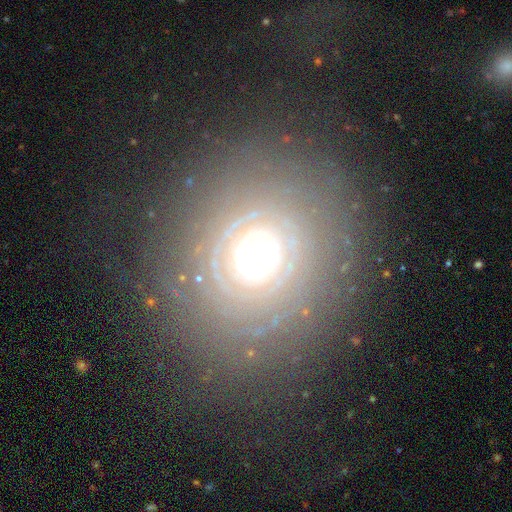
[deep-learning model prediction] Smooth or featured? Predicted: featured or disk (p=0.67). Edge-on disk? Predicted: no (p=0.95). Bar? Predicted: no (p=0.88). Spiral arms? Predicted: yes (p=0.59). Bulge size? Predicted: moderate (p=0.57). Merging? Predicted: none (p=0.81).